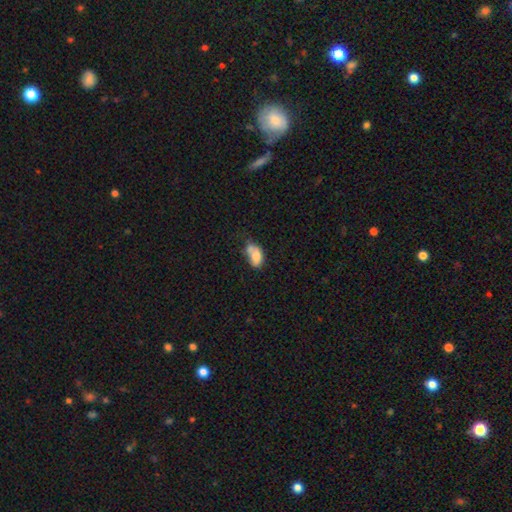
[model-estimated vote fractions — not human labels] A smooth galaxy with no disk features (74%) that is in between round and cigar-shaped (89%). Merging: none (34%).